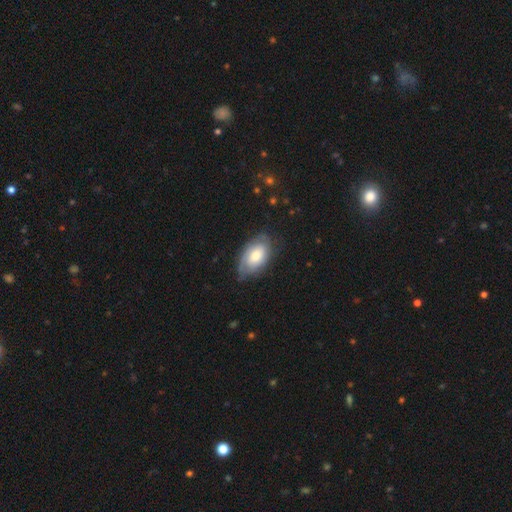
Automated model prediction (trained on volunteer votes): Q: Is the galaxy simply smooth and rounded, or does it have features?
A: smooth — 48%.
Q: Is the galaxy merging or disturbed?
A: none — 66%.